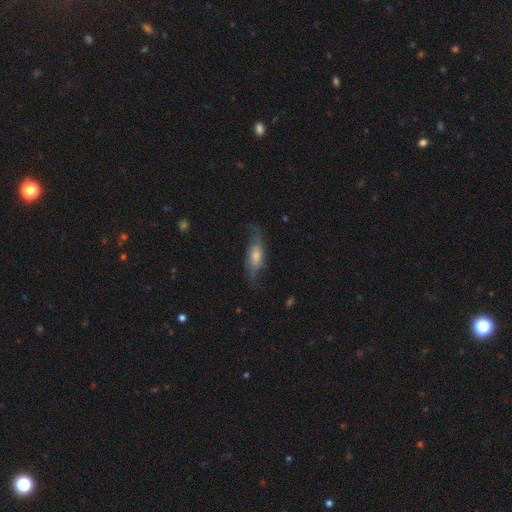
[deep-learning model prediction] featured or disk 65%, smooth 27%, star or artifact 8%. Down the decision tree: edge-on disk — no (76%); merging — none (68%).